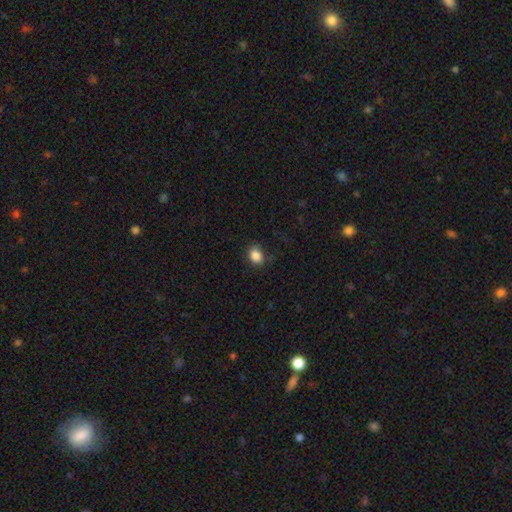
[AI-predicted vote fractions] Smooth or featured? smooth (87%)
How rounded? in between (51%)
Merging? none (80%)